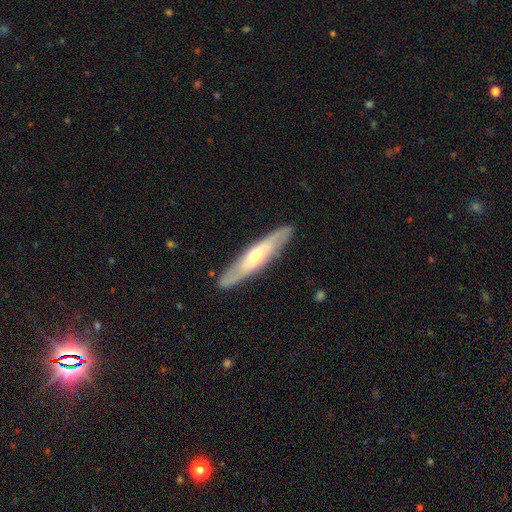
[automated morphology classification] Smooth or featured? featured or disk (57%)
Edge-on disk? yes (64%)
Merging? none (88%)